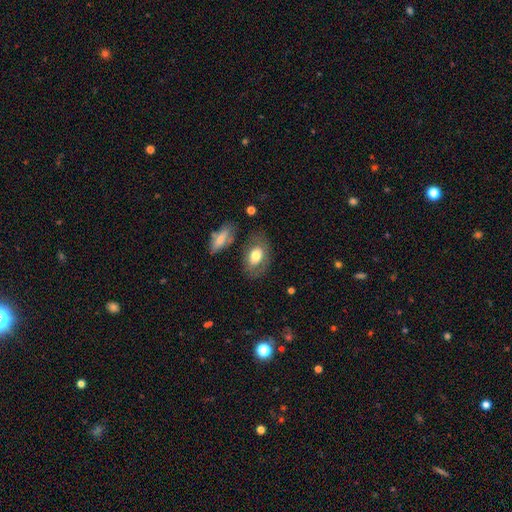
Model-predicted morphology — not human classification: Smooth or featured? smooth (64%)
How rounded? in between (85%)
Merging? none (72%)